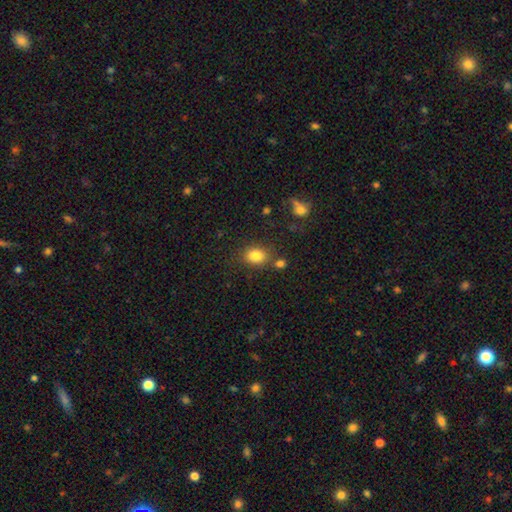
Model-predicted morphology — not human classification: This is clearly a smooth galaxy (83%). How rounded: likely in between (65%). Merging: likely none (74%).